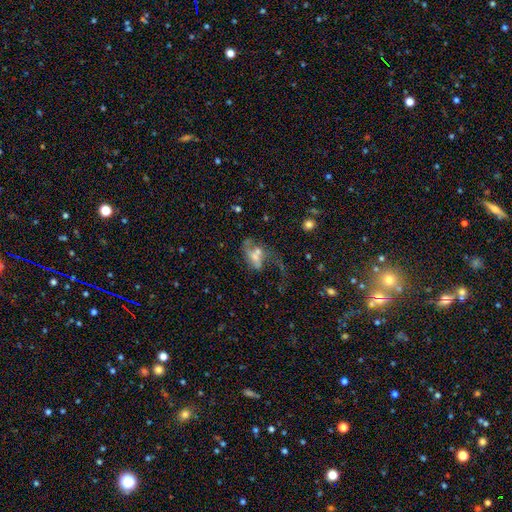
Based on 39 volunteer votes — Overall: featured or disk (56%; smooth 38%). Edge-on disk: no (91%). Bar: weak (55%; no 45%). Spiral arms: yes (70%; no 30%). Spiral arm count: 1 (64%). Spiral winding: loose (71%). Bulge size: moderate (50%; small 30%). Merging: merger (51%; major disturbance 41%).